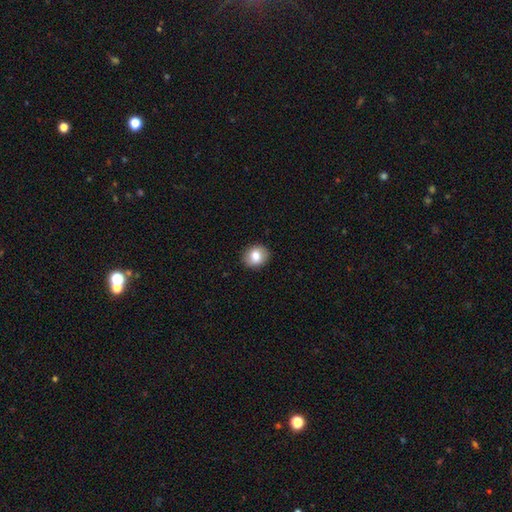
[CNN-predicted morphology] smooth_or_featured: smooth (p=0.80) [alt: featured or disk p=0.12]
how_rounded: round (p=0.67) [alt: in between p=0.33]
merging: none (p=0.89) [alt: minor disturbance p=0.08]